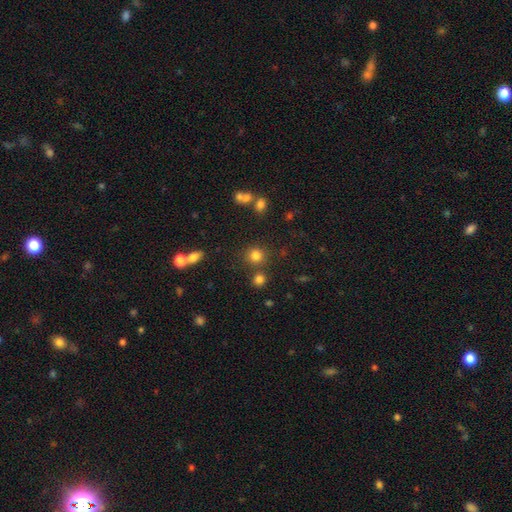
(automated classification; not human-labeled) smooth-or-featured: smooth: 78% | star or artifact: 16% | featured or disk: 6%
  how-rounded: round: 87% | in between: 12% | cigar-shaped: 1%
  merging: none: 75% | merger: 12% | minor disturbance: 9% | major disturbance: 4%